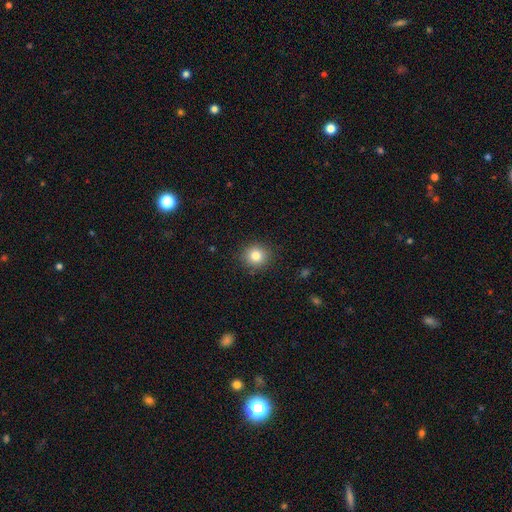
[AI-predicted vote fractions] smooth_or_featured: smooth (p=0.82) [alt: star or artifact p=0.11]
how_rounded: round (p=0.89) [alt: in between p=0.10]
merging: none (p=0.90) [alt: minor disturbance p=0.07]